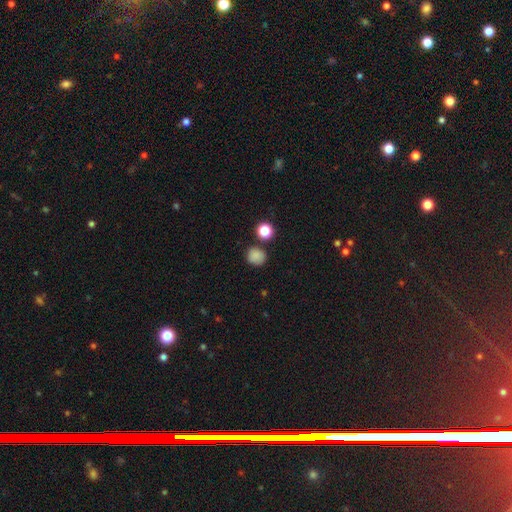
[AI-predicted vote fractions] This appears to be a smooth galaxy with no disk features (84%) that is round (84%). Merging: none (80%).